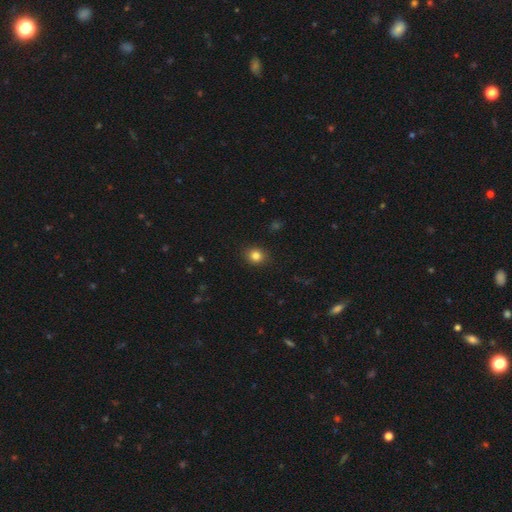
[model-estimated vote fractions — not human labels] Smooth or featured: smooth — 83% (star or artifact — 12%)
How rounded: round — 75% (in between — 24%)
Merging: none — 90% (minor disturbance — 7%)